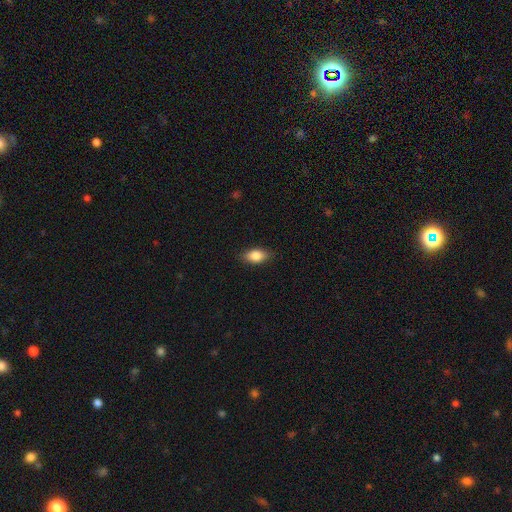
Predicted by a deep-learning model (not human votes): A smooth galaxy with no disk features (84%) that is in between round and cigar-shaped (87%). Merging: none (85%).